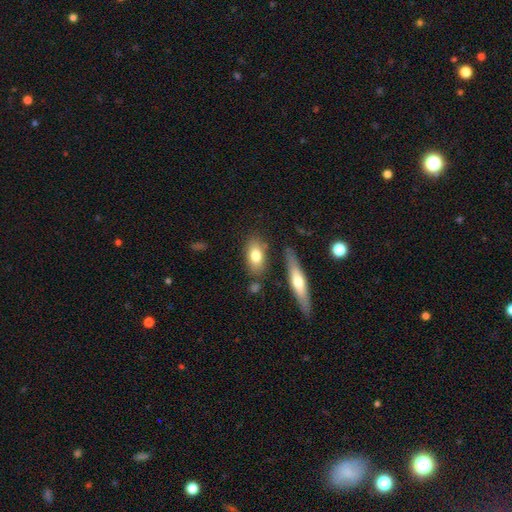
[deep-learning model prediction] Overall: smooth (76%). How rounded: in between (82%). Merging: none (73%).